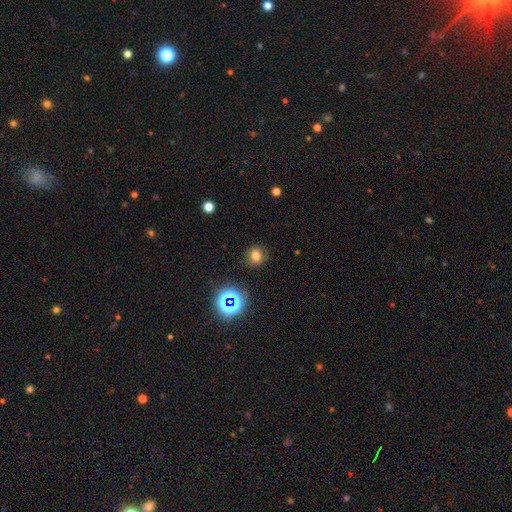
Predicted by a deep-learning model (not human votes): Smooth or featured?
  - smooth: 70% *
  - star or artifact: 20%
  - featured or disk: 9%
How rounded?
  - round: 81% *
  - in between: 18%
  - cigar-shaped: 1%
Merging?
  - none: 85% *
  - minor disturbance: 10%
  - major disturbance: 3%
  - merger: 2%